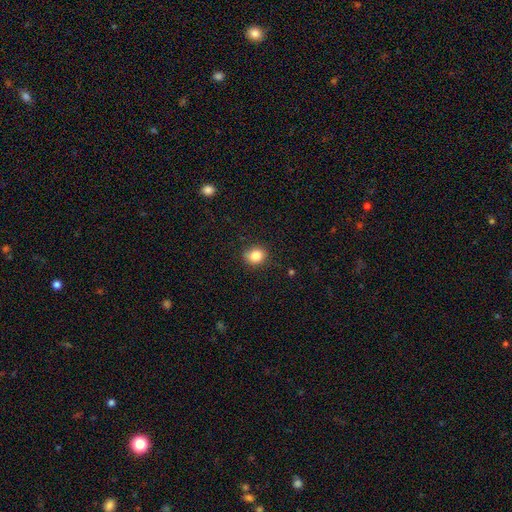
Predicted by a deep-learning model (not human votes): This is clearly a smooth galaxy (84%). How rounded: likely round (71%). Merging: clearly none (85%).